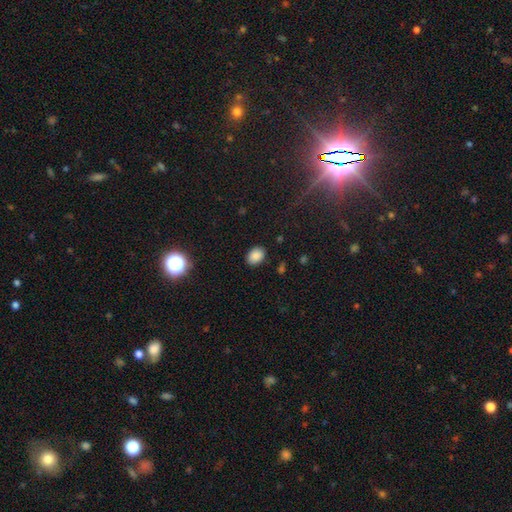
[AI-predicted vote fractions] Smooth or featured? smooth (86%)
How rounded? in between (72%)
Merging? none (88%)